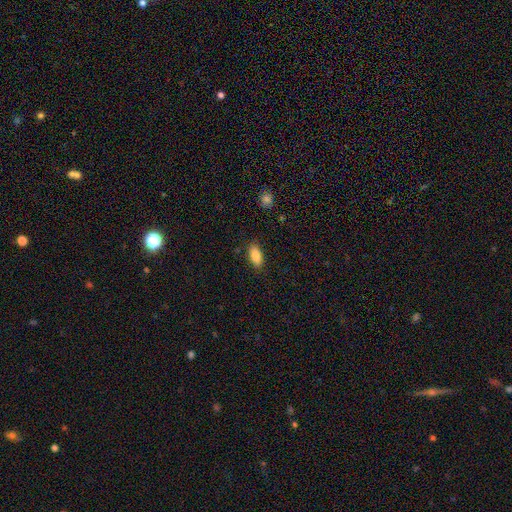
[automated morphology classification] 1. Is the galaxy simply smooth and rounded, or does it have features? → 88% smooth, 7% star or artifact, 5% featured or disk.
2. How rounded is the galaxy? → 87% in between, 11% cigar-shaped, 2% round.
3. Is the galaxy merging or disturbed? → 85% none, 11% minor disturbance, 3% major disturbance, 1% merger.